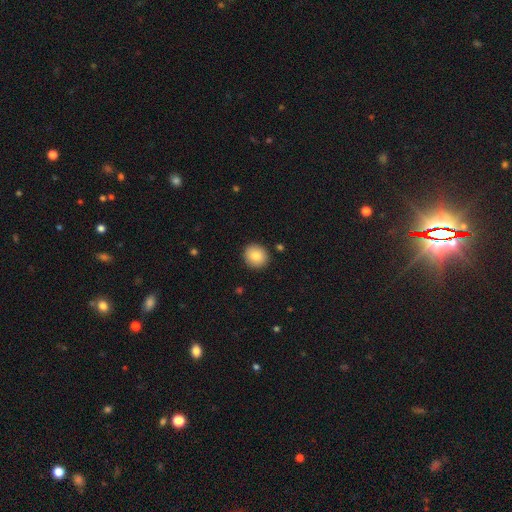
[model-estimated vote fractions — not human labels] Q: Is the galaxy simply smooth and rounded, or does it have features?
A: smooth — 85%.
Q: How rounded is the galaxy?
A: round — 86%.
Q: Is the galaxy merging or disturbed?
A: none — 91%.